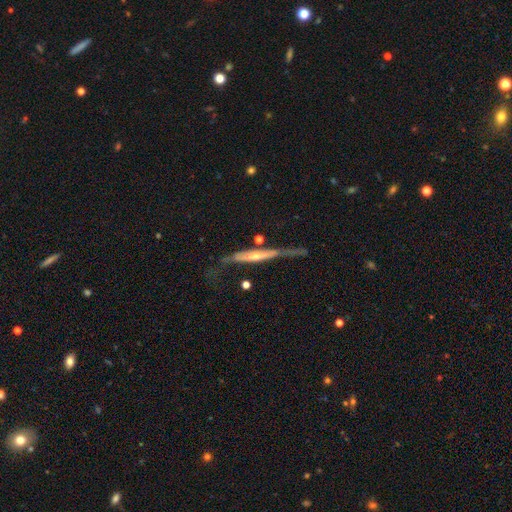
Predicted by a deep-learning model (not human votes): smooth-or-featured: featured or disk: 75% | smooth: 19% | star or artifact: 6%
  disk-edge-on: yes: 85% | no: 15%
    edge-on-bulge: rounded: 57% | none: 31% | boxy: 12%
  merging: none: 47% | minor disturbance: 28% | major disturbance: 20% | merger: 6%